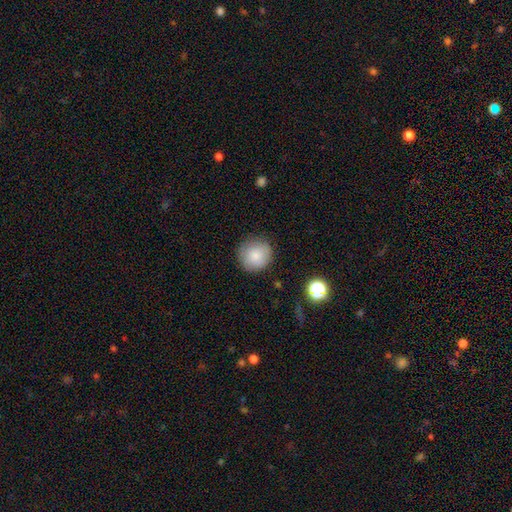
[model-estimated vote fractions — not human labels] Q: Smooth or featured?
A: smooth (85%); runner-up: star or artifact (9%)
Q: How rounded?
A: round (93%); runner-up: in between (6%)
Q: Merging?
A: none (86%); runner-up: minor disturbance (10%)